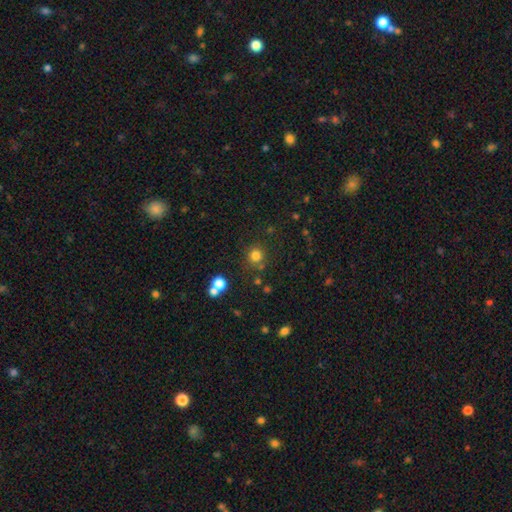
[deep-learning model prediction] Overall: smooth (78%). How rounded: round (92%). Merging: none (78%).